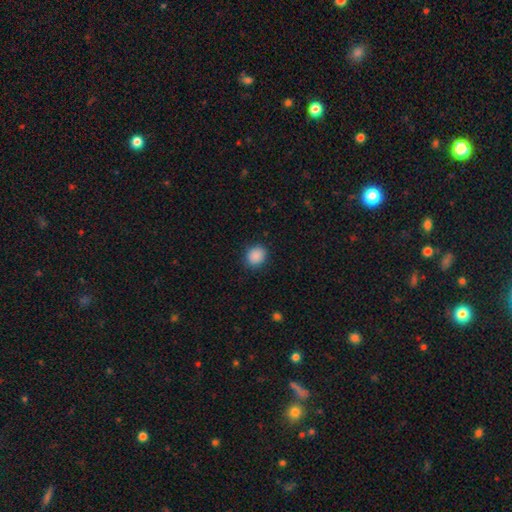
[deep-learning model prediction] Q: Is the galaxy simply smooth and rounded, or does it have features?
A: smooth — 89%.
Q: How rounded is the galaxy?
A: round — 71%.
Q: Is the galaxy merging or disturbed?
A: none — 86%.